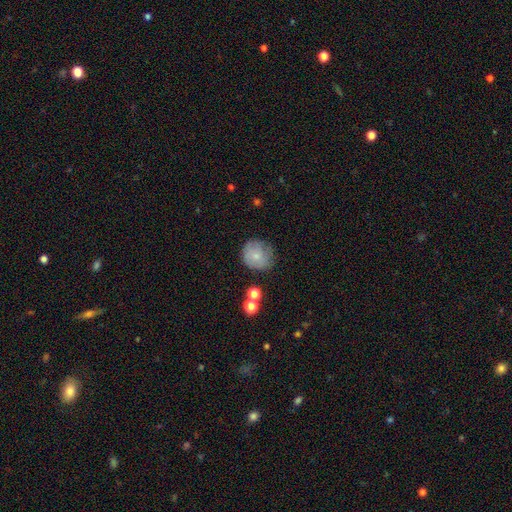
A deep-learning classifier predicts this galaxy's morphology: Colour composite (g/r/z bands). It shows a smooth galaxy with no disk features (74%) that is round (87%). Merging: none (66%).